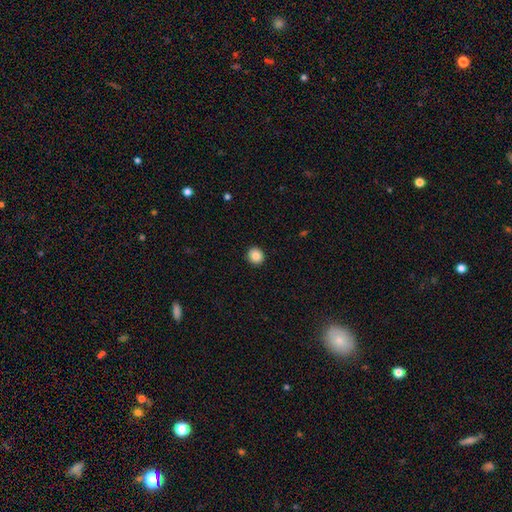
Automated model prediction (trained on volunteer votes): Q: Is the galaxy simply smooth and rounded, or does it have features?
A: smooth — 87%.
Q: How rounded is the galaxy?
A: round — 90%.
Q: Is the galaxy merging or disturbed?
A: none — 93%.